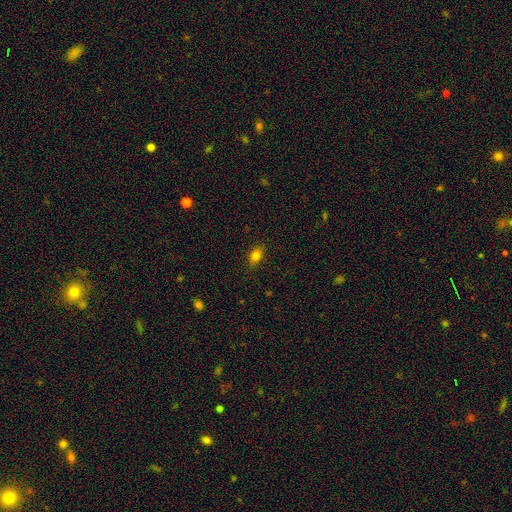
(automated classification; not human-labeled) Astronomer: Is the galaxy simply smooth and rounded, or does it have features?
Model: smooth — 81%.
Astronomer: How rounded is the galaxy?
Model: in between — 77%.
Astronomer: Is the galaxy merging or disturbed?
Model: none — 86%.